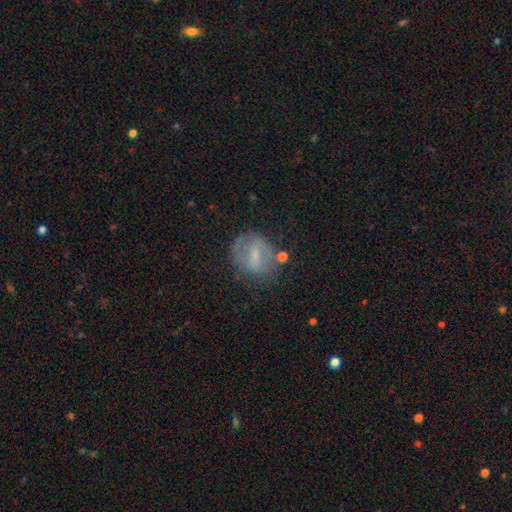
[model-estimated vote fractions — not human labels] Morphology: type=featured or disk (59%); edge-on=no (95%); bar=weak (45%); spiral arms=yes (63%); bulge=small (44%); merging=none (61%).